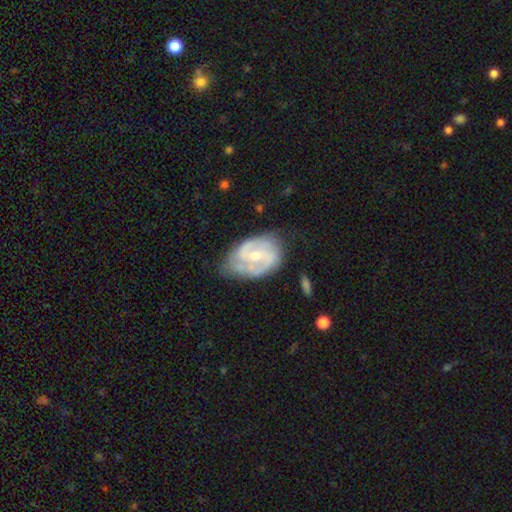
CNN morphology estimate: This is clearly a featured or disk galaxy (83%). It is clearly not viewed edge-on (97%). Bar: possibly weak (52%). Spiral arm pattern: clearly yes (92%). Spiral arm count: likely 2 (74%). Spiral winding: possibly medium (48%). Central bulge: possibly moderate (48%, tied with small). Merging: possibly none (59%).